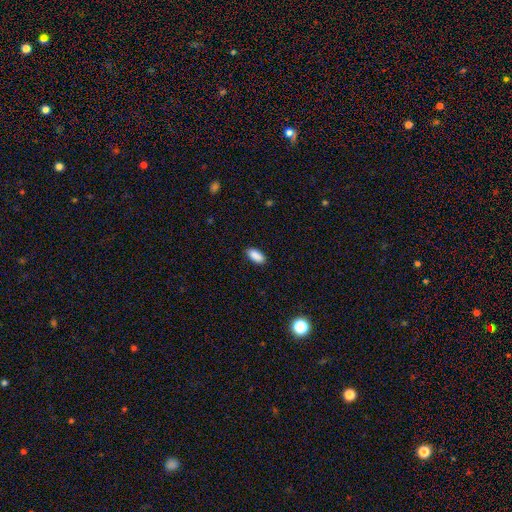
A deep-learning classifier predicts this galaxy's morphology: A smooth galaxy with no disk features (90%) that is in between round and cigar-shaped (90%). Merging: none (86%).